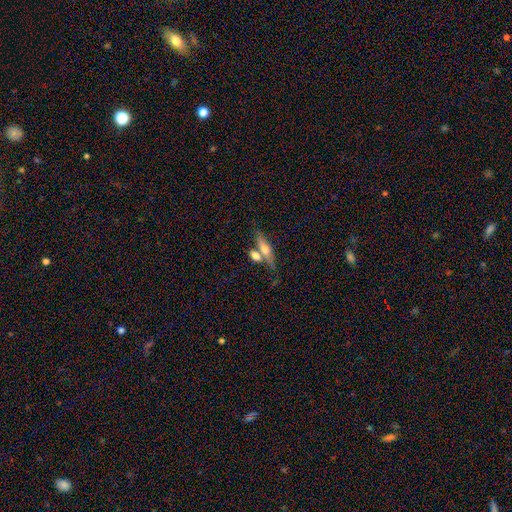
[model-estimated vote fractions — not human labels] Smooth or featured? smooth (57%)
How rounded? cigar-shaped (50%)
Merging? none (48%)